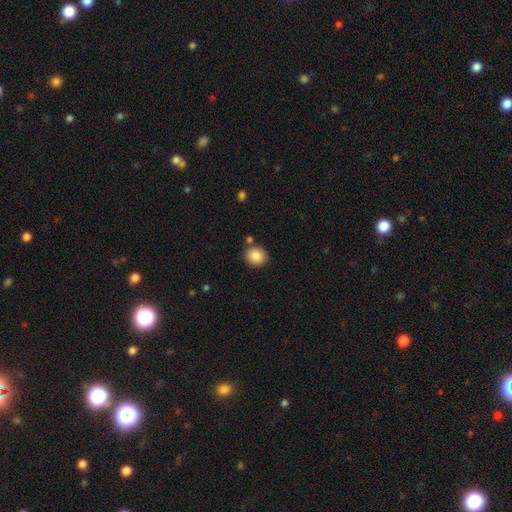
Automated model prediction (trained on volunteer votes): Smooth or featured? Predicted: smooth (p=0.86). How rounded? Predicted: round (p=0.78). Merging? Predicted: none (p=0.80).